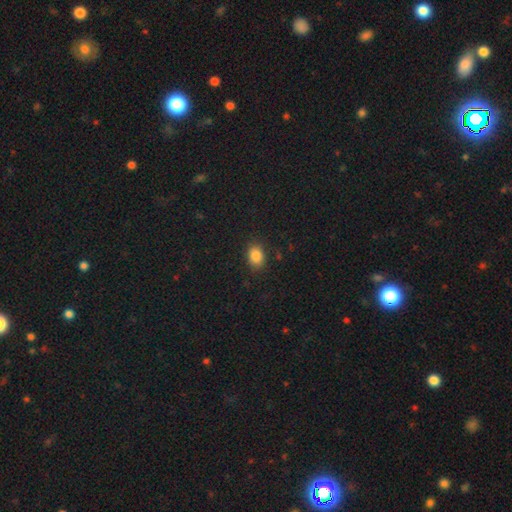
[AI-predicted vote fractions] Overall: smooth (85%). How rounded: in between (67%; round 32%). Merging: none (84%).